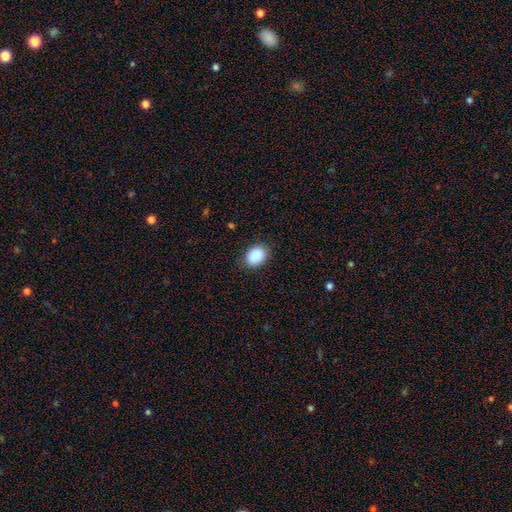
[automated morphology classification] Smooth or featured?
  - smooth: 90% *
  - star or artifact: 7%
  - featured or disk: 3%
How rounded?
  - in between: 67% *
  - round: 32%
  - cigar-shaped: 1%
Merging?
  - none: 86% *
  - minor disturbance: 11%
  - major disturbance: 3%
  - merger: 1%